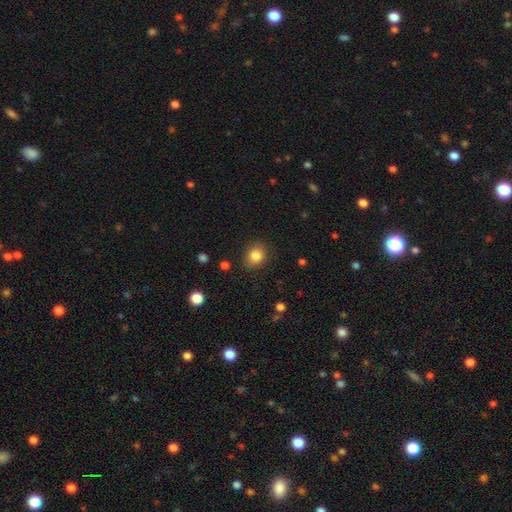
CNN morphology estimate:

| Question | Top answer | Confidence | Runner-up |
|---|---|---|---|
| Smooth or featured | smooth | 84% | star or artifact (10%) |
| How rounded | round | 61% | in between (38%) |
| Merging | none | 83% | minor disturbance (12%) |